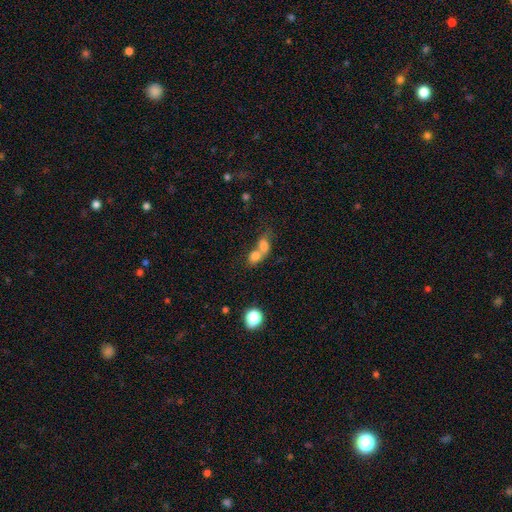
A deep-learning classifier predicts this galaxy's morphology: A smooth galaxy with no disk features (74%) that is in between round and cigar-shaped (49%).

Vote fractions:
- Smooth or featured? smooth: 74% / featured or disk: 15% / star or artifact: 11%
- How rounded? in between: 49% / round: 48% / cigar-shaped: 2%
- Merging? merger: 74% / none: 17% / minor disturbance: 5% / major disturbance: 4%